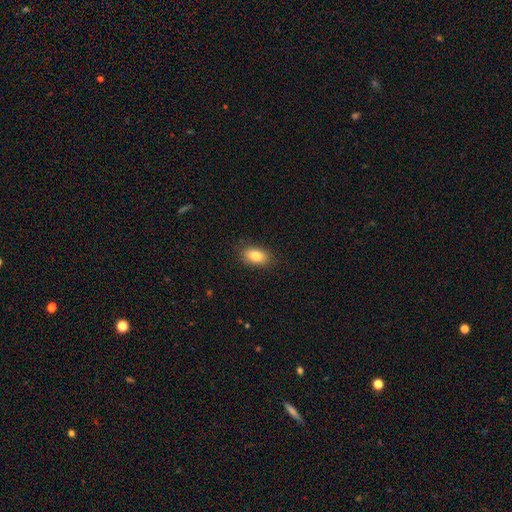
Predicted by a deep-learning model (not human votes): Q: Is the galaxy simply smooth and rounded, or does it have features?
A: smooth — 81%.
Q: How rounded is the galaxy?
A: in between — 87%.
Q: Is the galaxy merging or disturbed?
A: none — 88%.